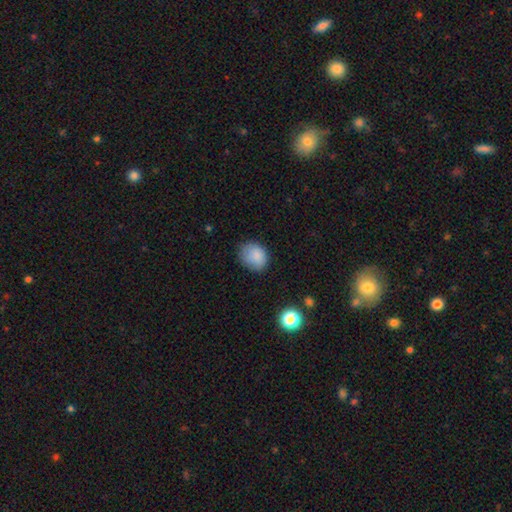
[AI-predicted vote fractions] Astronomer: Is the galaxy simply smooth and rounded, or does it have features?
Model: smooth — 86%.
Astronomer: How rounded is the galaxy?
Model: round — 52% (runner-up: in between, 47%).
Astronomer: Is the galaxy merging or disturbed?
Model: none — 73%.